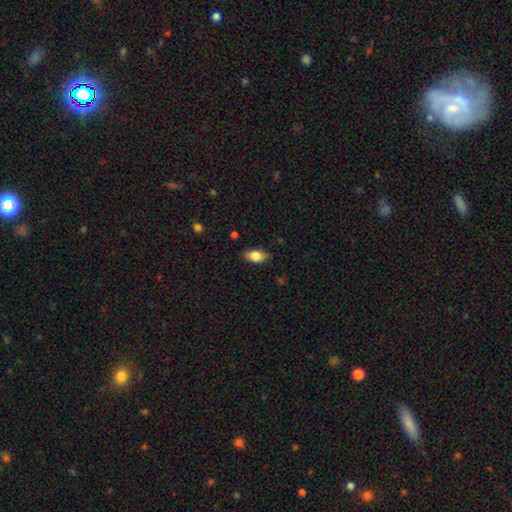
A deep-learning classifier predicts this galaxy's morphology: A smooth galaxy with no disk features (82%) that is in between round and cigar-shaped (90%).

Vote fractions:
- Smooth or featured? smooth: 82% / featured or disk: 11% / star or artifact: 7%
- How rounded? in between: 90% / round: 6% / cigar-shaped: 4%
- Merging? none: 85% / minor disturbance: 12% / major disturbance: 2% / merger: 1%